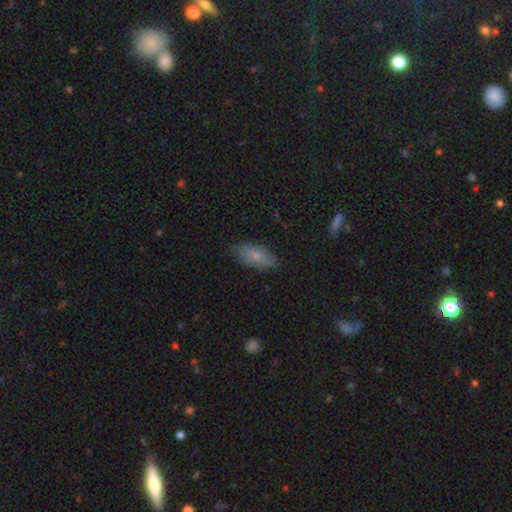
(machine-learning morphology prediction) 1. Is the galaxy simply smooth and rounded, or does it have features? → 77% smooth, 16% featured or disk, 7% star or artifact.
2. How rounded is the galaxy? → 88% in between, 9% cigar-shaped, 3% round.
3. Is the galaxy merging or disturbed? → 79% none, 17% minor disturbance, 3% major disturbance, 1% merger.